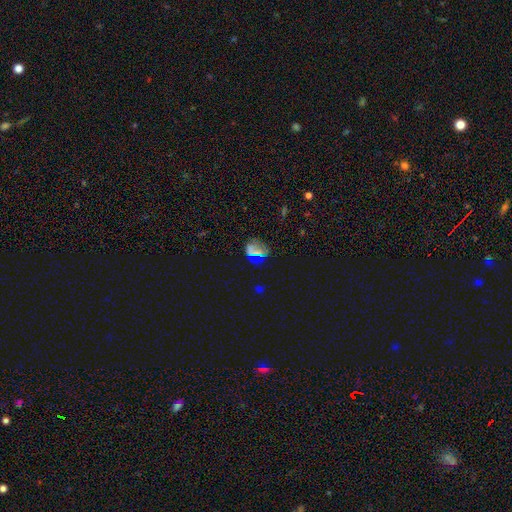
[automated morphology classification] Smooth or featured? smooth (48%)
Merging? none (72%)